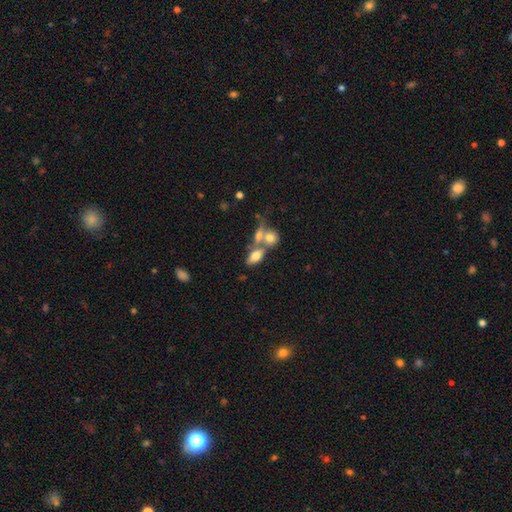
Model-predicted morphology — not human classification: smooth-or-featured: smooth: 66% | featured or disk: 24% | star or artifact: 9%
  how-rounded: in between: 81% | cigar-shaped: 11% | round: 8%
  merging: merger: 46% | none: 39% | minor disturbance: 10% | major disturbance: 5%